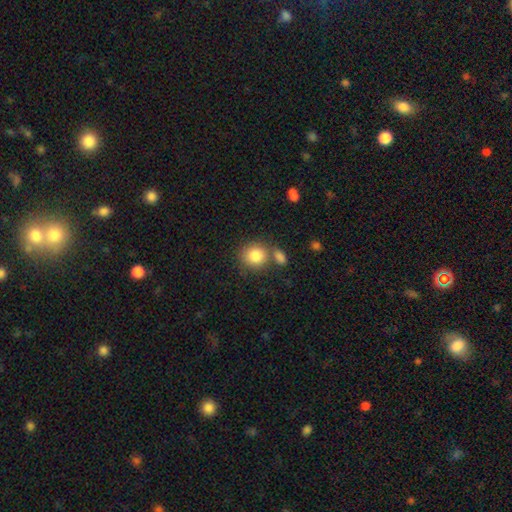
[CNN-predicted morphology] Smooth or featured: smooth — 84% (star or artifact — 8%)
How rounded: round — 83% (in between — 16%)
Merging: none — 61% (merger — 23%)